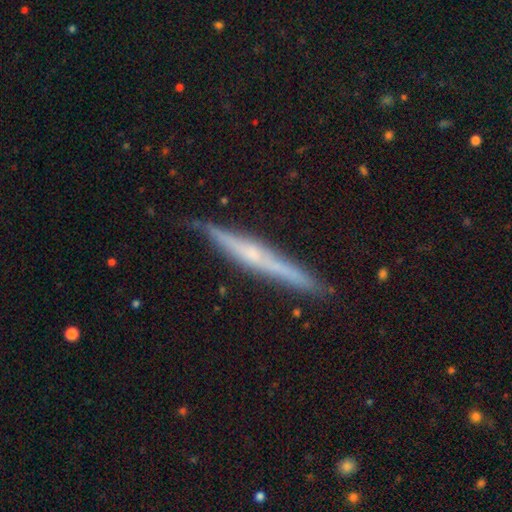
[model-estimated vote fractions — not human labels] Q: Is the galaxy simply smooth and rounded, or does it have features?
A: featured or disk — 71%.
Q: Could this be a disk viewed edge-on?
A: yes — 97%.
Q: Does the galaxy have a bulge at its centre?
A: rounded — 46%.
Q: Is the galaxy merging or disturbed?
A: none — 86%.